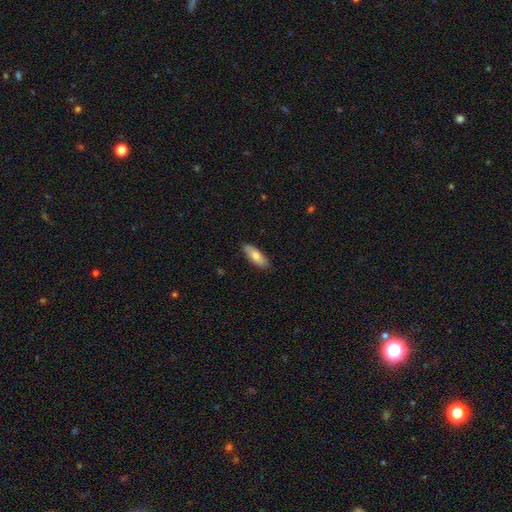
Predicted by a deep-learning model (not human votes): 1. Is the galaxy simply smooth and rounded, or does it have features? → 76% smooth, 18% featured or disk, 6% star or artifact.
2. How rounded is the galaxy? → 70% in between, 28% cigar-shaped, 2% round.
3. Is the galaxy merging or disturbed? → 85% none, 12% minor disturbance, 2% major disturbance, 1% merger.